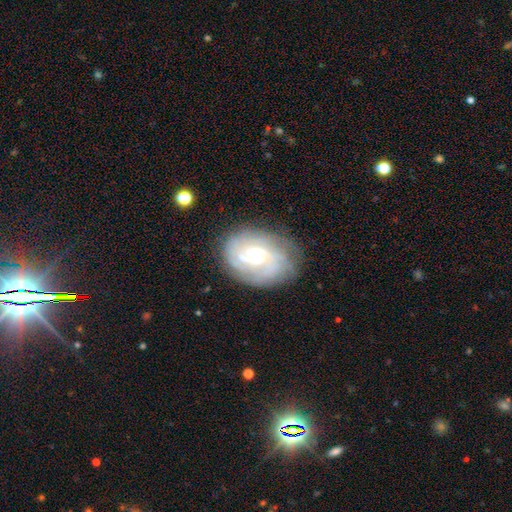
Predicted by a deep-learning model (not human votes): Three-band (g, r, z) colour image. It shows a featured or disk galaxy (75%) with no bar (69%), tight (64%) spiral arms (89%) and a moderate central bulge (56%). Merging: none (73%).